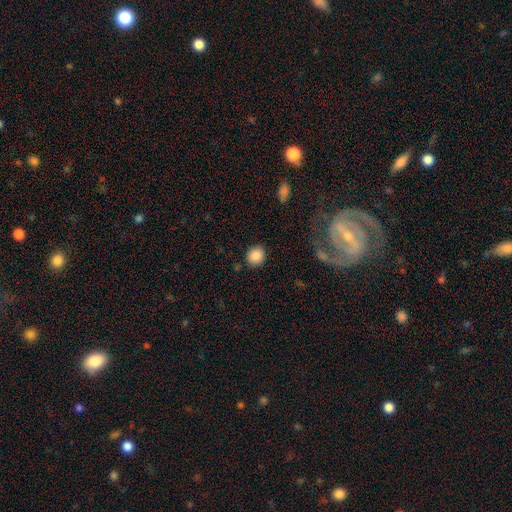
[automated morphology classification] smooth-or-featured: smooth: 87% | star or artifact: 9% | featured or disk: 4%
  how-rounded: round: 84% | in between: 16% | cigar-shaped: 1%
  merging: none: 88% | minor disturbance: 8% | major disturbance: 3% | merger: 2%